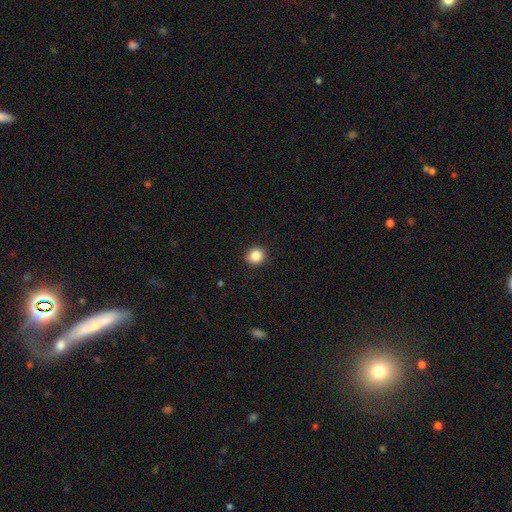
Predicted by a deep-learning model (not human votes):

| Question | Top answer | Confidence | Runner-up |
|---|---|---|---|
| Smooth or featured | smooth | 86% | star or artifact (10%) |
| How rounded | round | 90% | in between (9%) |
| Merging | none | 90% | minor disturbance (7%) |